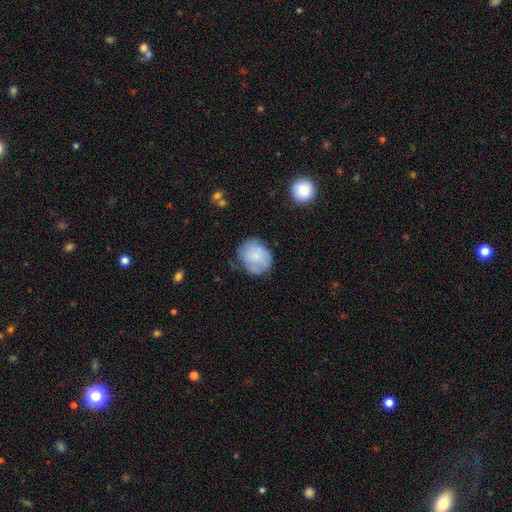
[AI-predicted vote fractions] Smooth or featured: smooth — 65% (featured or disk — 27%)
How rounded: round — 69% (in between — 30%)
Merging: none — 62% (minor disturbance — 26%)